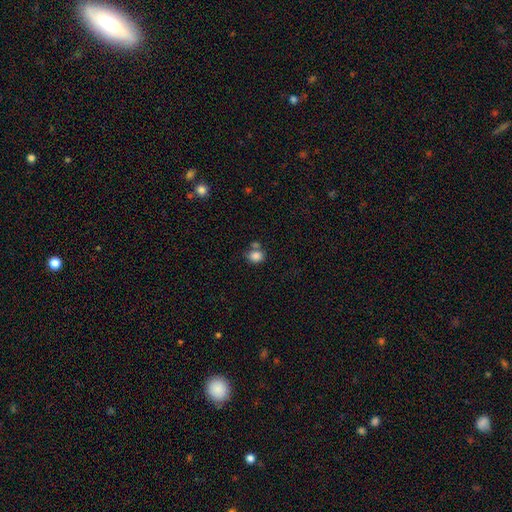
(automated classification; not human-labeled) Smooth or featured?
  - smooth: 84% *
  - star or artifact: 10%
  - featured or disk: 6%
How rounded?
  - round: 56% *
  - in between: 43%
  - cigar-shaped: 1%
Merging?
  - none: 54% *
  - merger: 23%
  - minor disturbance: 17%
  - major disturbance: 6%